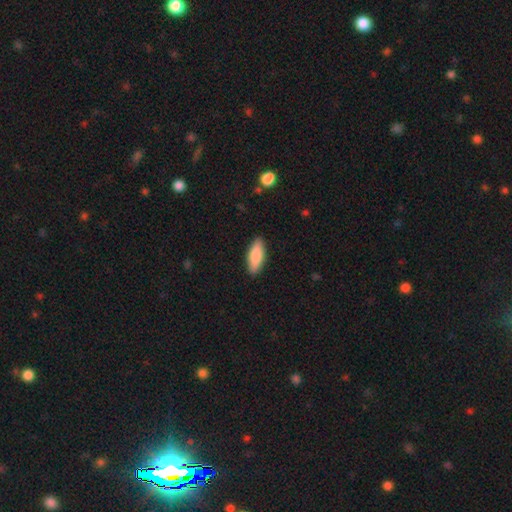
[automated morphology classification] This is clearly a smooth galaxy (86%). How rounded: likely in between (67%). Merging: clearly none (89%).